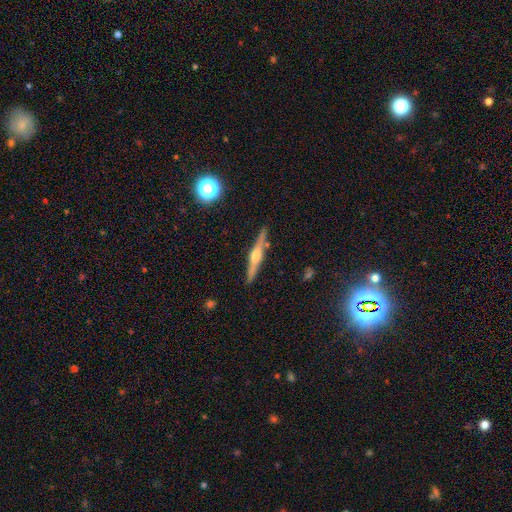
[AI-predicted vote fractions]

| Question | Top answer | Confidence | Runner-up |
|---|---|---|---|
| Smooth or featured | featured or disk | 72% | smooth (21%) |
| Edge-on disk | yes | 98% | no (2%) |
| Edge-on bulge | rounded | 91% | boxy (6%) |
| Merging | none | 87% | minor disturbance (9%) |